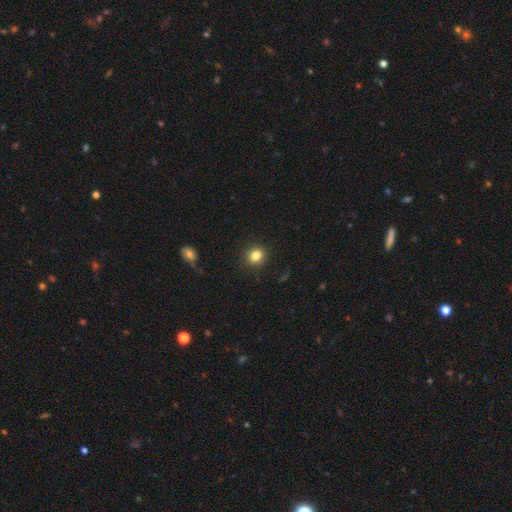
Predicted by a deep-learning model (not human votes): The model was most divided on "how rounded": round: 84%, in between: 15%, cigar-shaped: 1%. More confident: merging — none (90%); smooth or featured — smooth (83%).